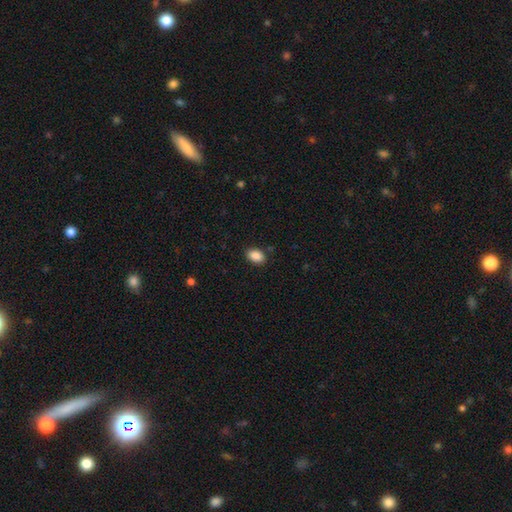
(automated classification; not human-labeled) Smooth or featured?
  - smooth: 89% *
  - star or artifact: 8%
  - featured or disk: 3%
How rounded?
  - in between: 85% *
  - round: 14%
  - cigar-shaped: 1%
Merging?
  - none: 87% *
  - minor disturbance: 10%
  - major disturbance: 2%
  - merger: 1%